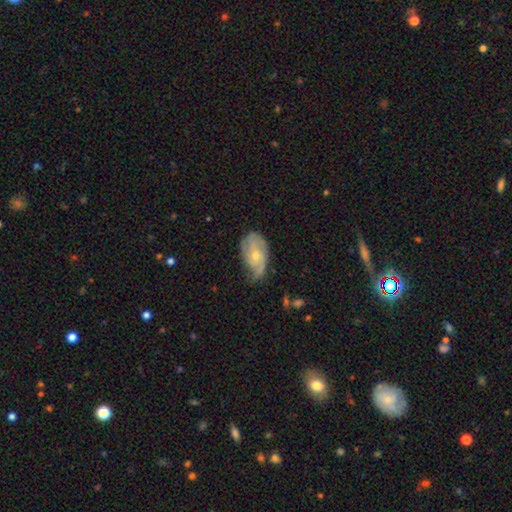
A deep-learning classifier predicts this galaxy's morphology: Overall: featured or disk (72%). Edge-on disk: no (96%). Bar: no (71%). Spiral arms: yes (89%). Spiral arm count: 2 (30%; 3 27%). Spiral winding: medium (41%; tight 39%). Bulge size: small (50%; moderate 46%). Merging: none (53%; minor disturbance 34%).